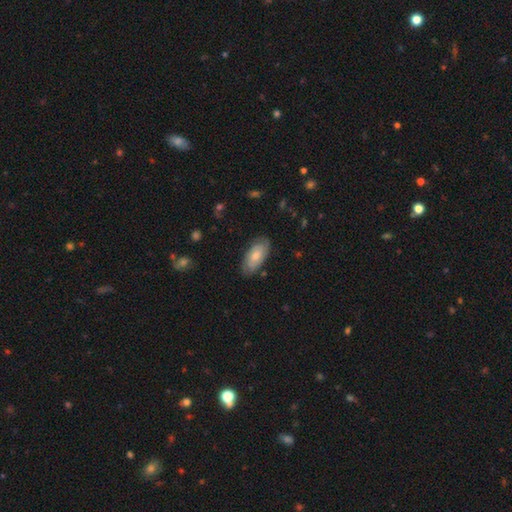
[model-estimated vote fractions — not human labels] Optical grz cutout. It shows a smooth galaxy with no disk features (52%) that is in between round and cigar-shaped (91%). Merging: none (79%).